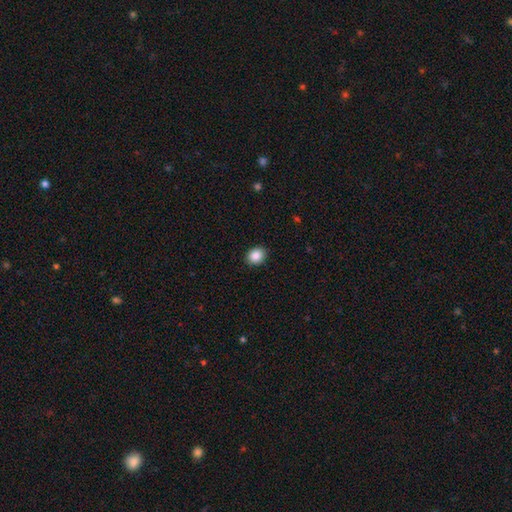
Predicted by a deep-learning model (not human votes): Smooth or featured?
  - smooth: 88% *
  - star or artifact: 9%
  - featured or disk: 3%
How rounded?
  - round: 54% *
  - in between: 45%
  - cigar-shaped: 1%
Merging?
  - none: 90% *
  - minor disturbance: 7%
  - major disturbance: 2%
  - merger: 1%